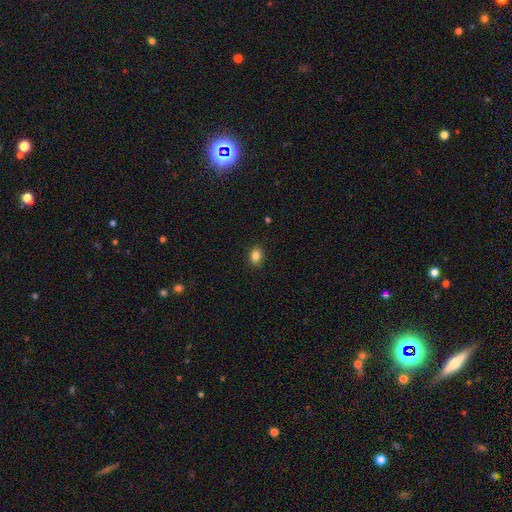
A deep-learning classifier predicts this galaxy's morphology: type=smooth (85%); roundness=in between (63%); merging=none (89%).